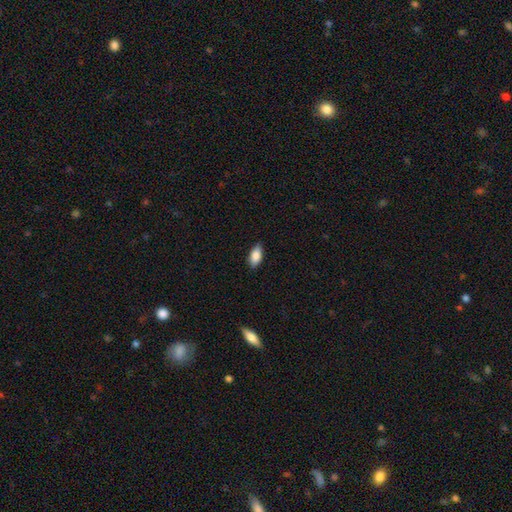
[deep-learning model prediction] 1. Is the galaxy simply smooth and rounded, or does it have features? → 85% smooth, 8% featured or disk, 7% star or artifact.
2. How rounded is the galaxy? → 91% in between, 6% cigar-shaped, 3% round.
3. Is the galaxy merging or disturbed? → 86% none, 11% minor disturbance, 2% major disturbance, 1% merger.